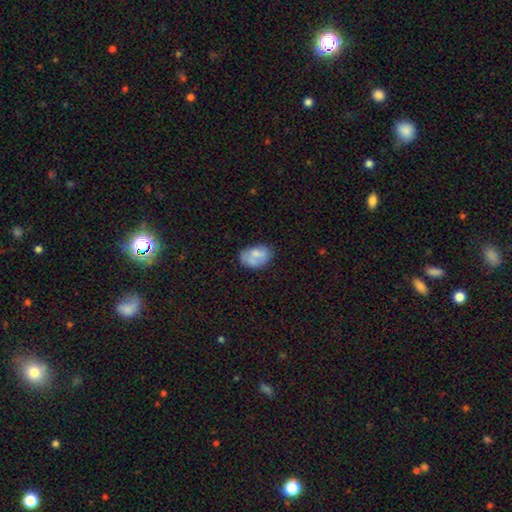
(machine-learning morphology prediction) This appears to be a smooth galaxy with no disk features (65%) that is in between round and cigar-shaped (82%). Merging: none (52%).